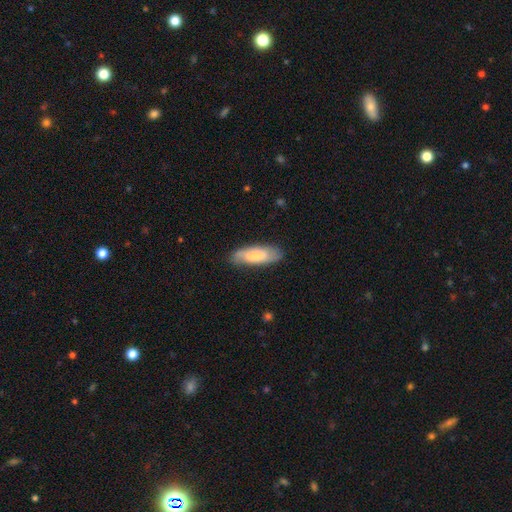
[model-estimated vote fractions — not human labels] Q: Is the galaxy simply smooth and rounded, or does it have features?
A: smooth — 71%.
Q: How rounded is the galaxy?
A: in between — 58%.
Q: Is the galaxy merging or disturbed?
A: none — 80%.